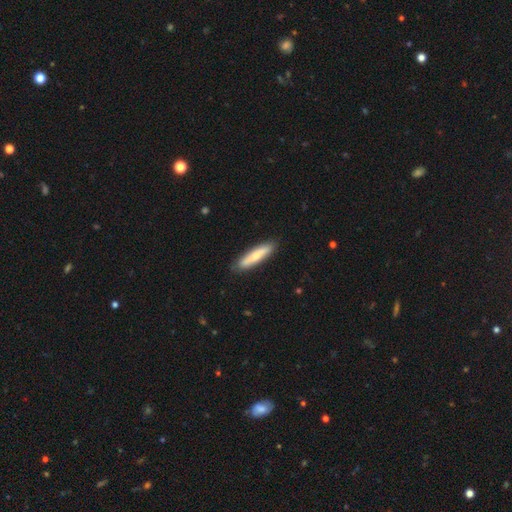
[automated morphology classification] Q: Smooth or featured?
A: smooth (65%); runner-up: featured or disk (30%)
Q: How rounded?
A: cigar-shaped (84%); runner-up: in between (14%)
Q: Merging?
A: none (88%); runner-up: minor disturbance (9%)